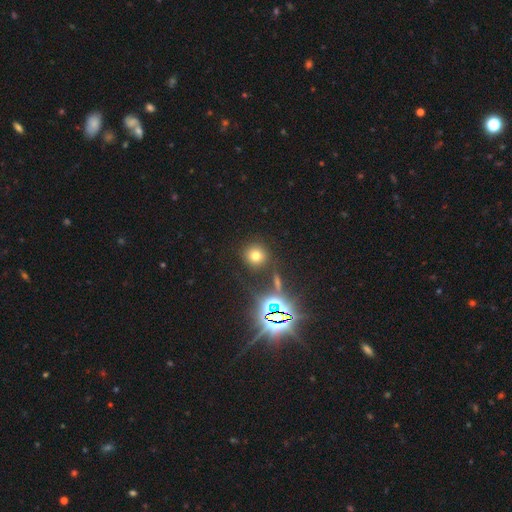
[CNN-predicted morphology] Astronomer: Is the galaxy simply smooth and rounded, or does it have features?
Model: smooth — 64%.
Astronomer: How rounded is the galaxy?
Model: round — 92%.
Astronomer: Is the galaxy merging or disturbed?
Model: none — 86%.